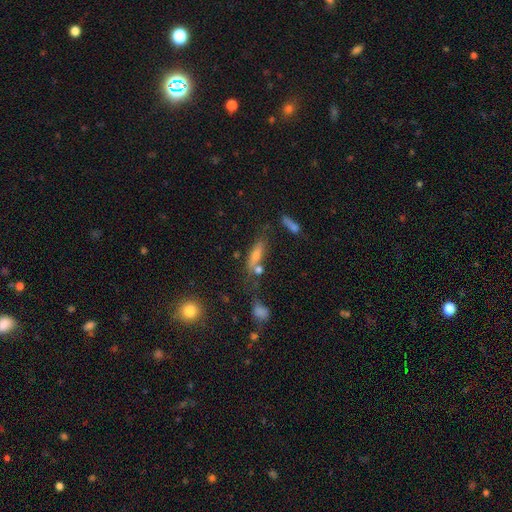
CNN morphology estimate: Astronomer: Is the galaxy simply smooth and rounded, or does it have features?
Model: smooth — 54% (runner-up: featured or disk, 32%).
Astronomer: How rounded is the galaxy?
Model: cigar-shaped — 59% (runner-up: in between, 36%).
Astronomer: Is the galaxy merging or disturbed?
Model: none — 52%.